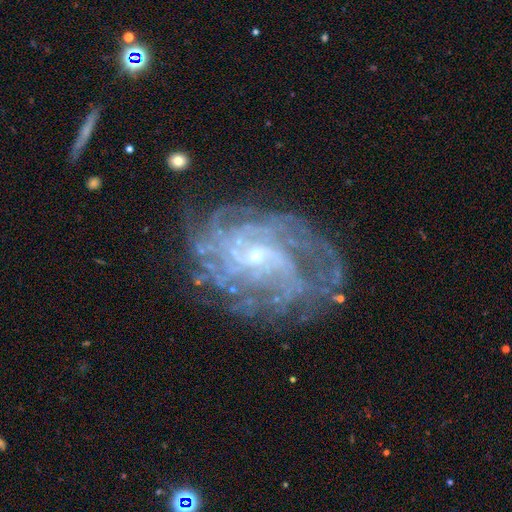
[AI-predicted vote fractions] Smooth or featured? featured or disk (87%)
Edge-on disk? no (97%)
Bar? no (60%)
Spiral arms? yes (94%)
Spiral winding? tight (54%)
Spiral arm count? can't tell (30%)
Bulge size? small (82%)
Merging? none (66%)